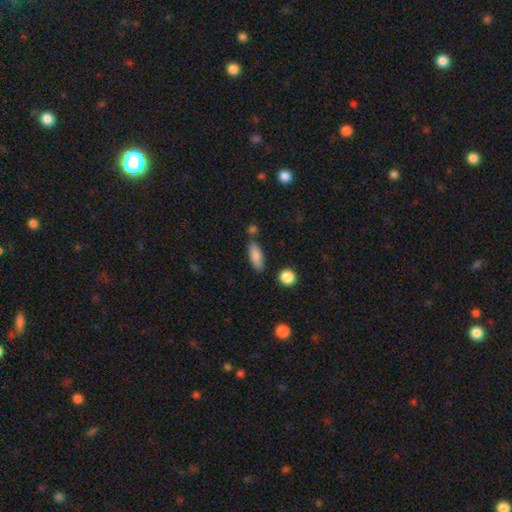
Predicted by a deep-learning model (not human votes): A smooth galaxy with no disk features (84%) that is in between round and cigar-shaped (69%). Merging: none (76%).